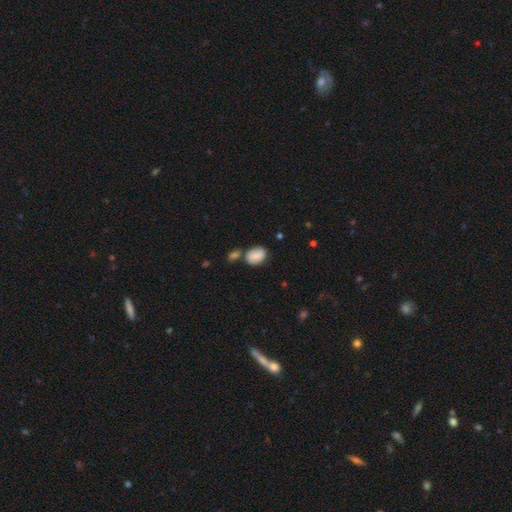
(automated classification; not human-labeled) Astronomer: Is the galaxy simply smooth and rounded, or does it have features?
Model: smooth — 78%.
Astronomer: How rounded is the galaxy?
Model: in between — 73%.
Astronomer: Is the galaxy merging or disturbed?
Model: none — 53%.